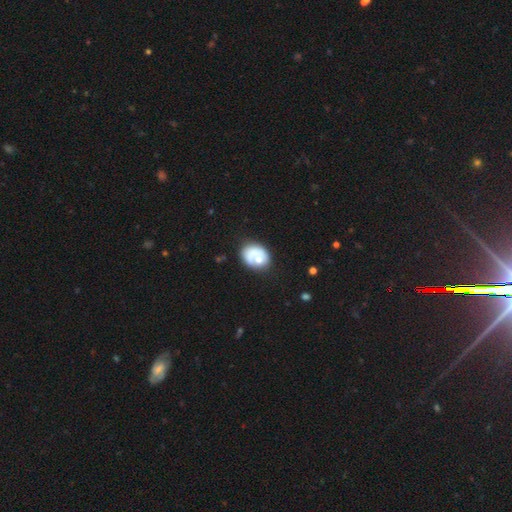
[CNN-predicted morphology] smooth-or-featured: smooth: 56% | featured or disk: 38% | star or artifact: 7%
  how-rounded: in between: 50% | round: 49% | cigar-shaped: 1%
  merging: none: 50% | minor disturbance: 23% | major disturbance: 15% | merger: 13%